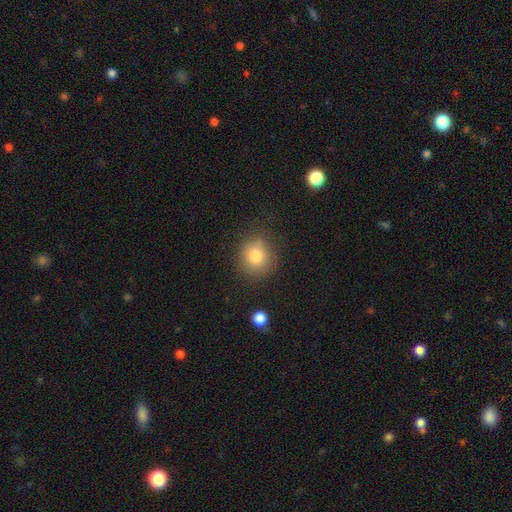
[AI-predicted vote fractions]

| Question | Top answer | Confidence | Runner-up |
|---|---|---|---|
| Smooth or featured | smooth | 80% | star or artifact (11%) |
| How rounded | round | 85% | in between (14%) |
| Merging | none | 79% | minor disturbance (14%) |